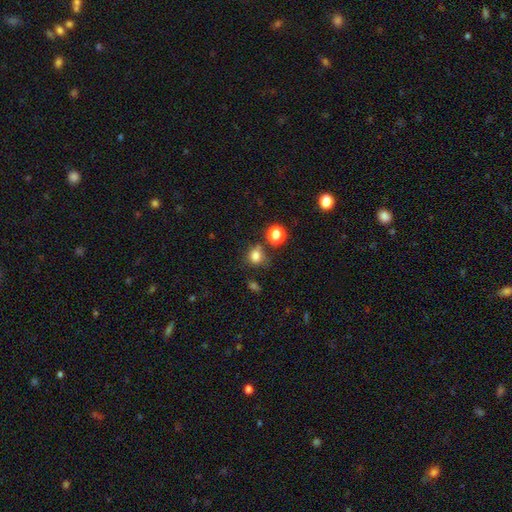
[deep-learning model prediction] Smooth or featured?
  - smooth: 78% *
  - star or artifact: 15%
  - featured or disk: 6%
How rounded?
  - round: 73% *
  - in between: 26%
  - cigar-shaped: 1%
Merging?
  - none: 65% *
  - minor disturbance: 17%
  - merger: 11%
  - major disturbance: 6%